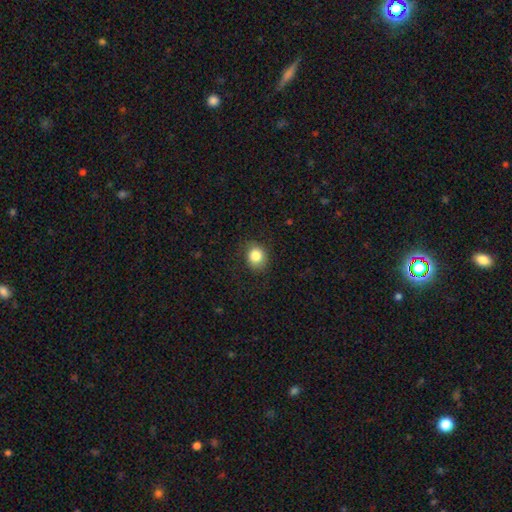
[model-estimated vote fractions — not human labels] Smooth or featured?
  - smooth: 85% *
  - star or artifact: 10%
  - featured or disk: 6%
How rounded?
  - round: 74% *
  - in between: 25%
  - cigar-shaped: 1%
Merging?
  - none: 80% *
  - minor disturbance: 14%
  - major disturbance: 4%
  - merger: 1%